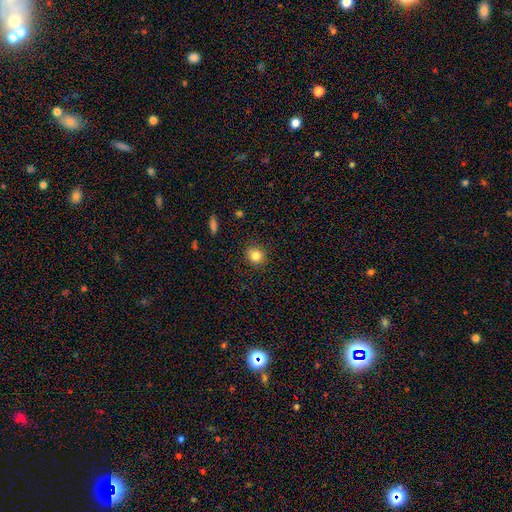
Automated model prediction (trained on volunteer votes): Q: Smooth or featured?
A: smooth (81%); runner-up: star or artifact (12%)
Q: How rounded?
A: round (86%); runner-up: in between (13%)
Q: Merging?
A: none (87%); runner-up: minor disturbance (9%)